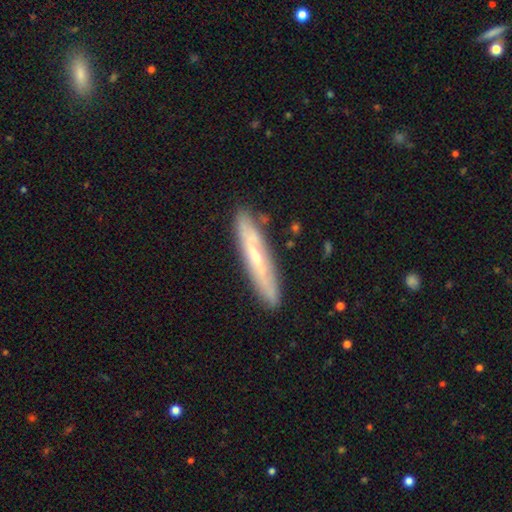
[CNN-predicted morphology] smooth_or_featured: featured or disk (p=0.54) [alt: smooth p=0.40]
disk_edge_on: yes (p=0.71) [alt: no p=0.29]
merging: none (p=0.84) [alt: minor disturbance p=0.12]